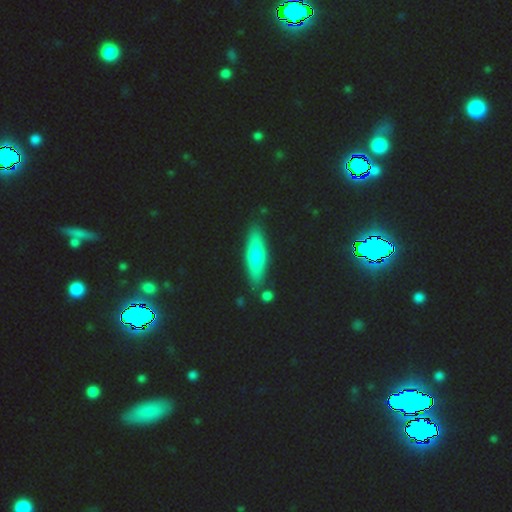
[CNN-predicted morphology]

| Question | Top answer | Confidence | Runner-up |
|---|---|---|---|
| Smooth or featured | smooth | 61% | featured or disk (28%) |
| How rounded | cigar-shaped | 60% | in between (36%) |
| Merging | none | 85% | minor disturbance (9%) |